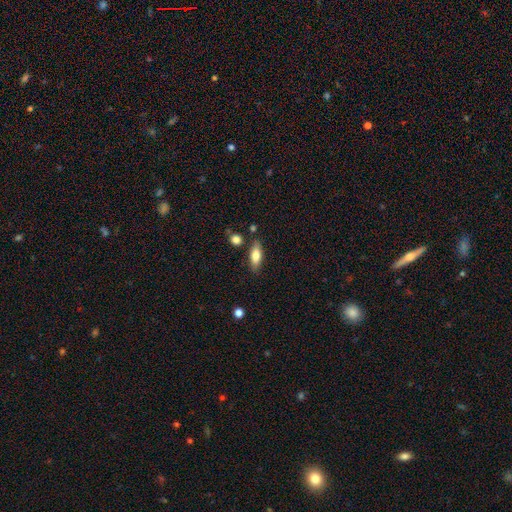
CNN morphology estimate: A smooth galaxy with no disk features (75%) that is in between round and cigar-shaped (71%). Merging: none (78%).